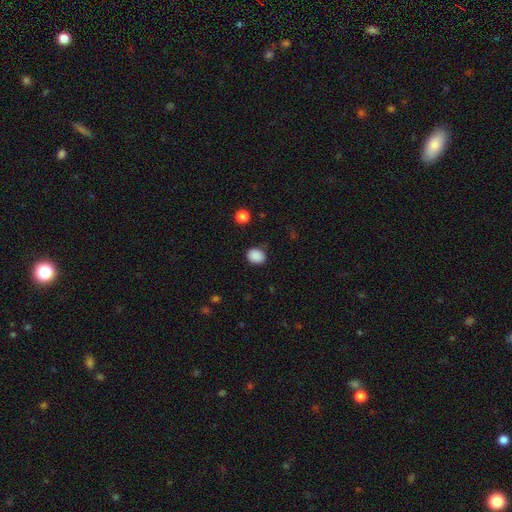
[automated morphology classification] This is clearly a smooth galaxy (88%). How rounded: possibly round (58%). Merging: clearly none (86%).